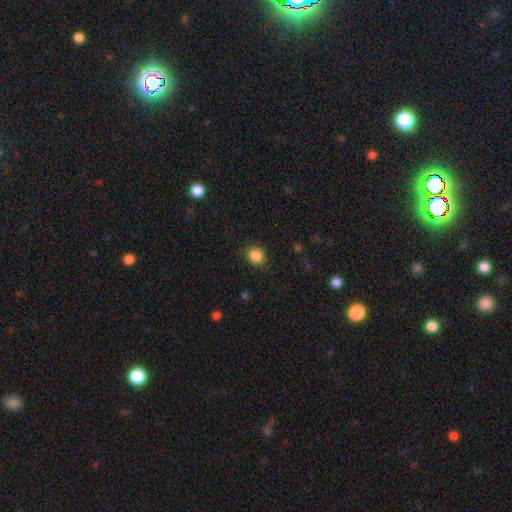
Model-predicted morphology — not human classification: Smooth or featured? Predicted: smooth (p=0.87). How rounded? Predicted: round (p=0.68). Merging? Predicted: none (p=0.84).